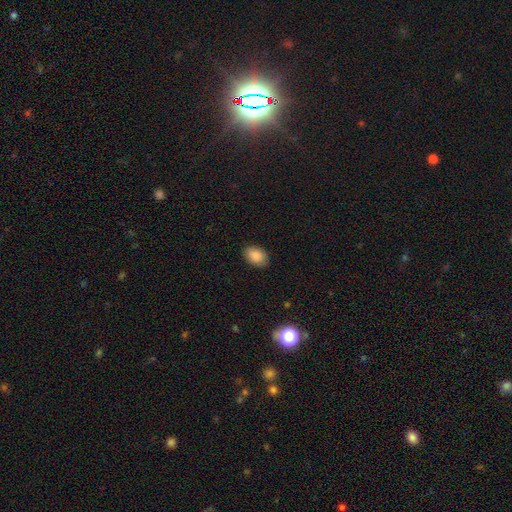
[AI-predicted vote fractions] A smooth galaxy with no disk features (89%) that is in between round and cigar-shaped (86%). Merging: none (86%).